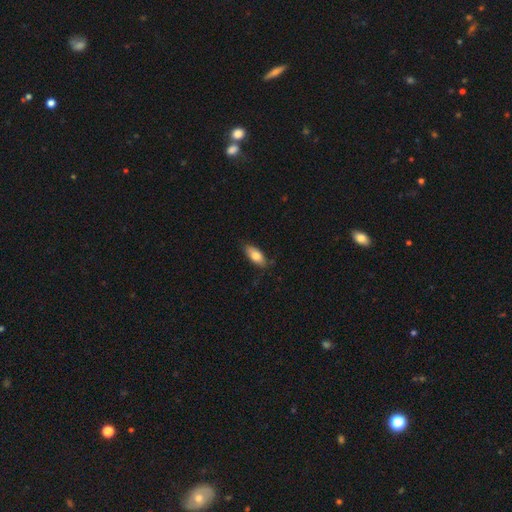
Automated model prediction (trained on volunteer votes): A smooth galaxy with no disk features (79%) that is in between round and cigar-shaped (85%).

Vote fractions:
- Smooth or featured? smooth: 79% / featured or disk: 14% / star or artifact: 7%
- How rounded? in between: 85% / cigar-shaped: 13% / round: 3%
- Merging? none: 80% / minor disturbance: 16% / major disturbance: 3% / merger: 1%